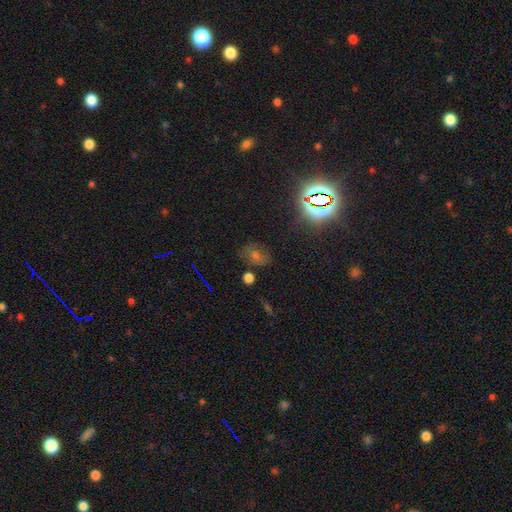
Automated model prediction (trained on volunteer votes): This appears to be a star or artifact, not a galaxy (45%).